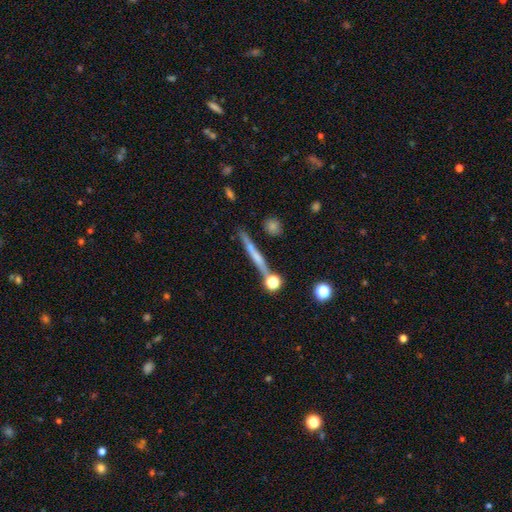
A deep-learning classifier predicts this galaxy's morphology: type=featured or disk (49%); merging=none (77%).